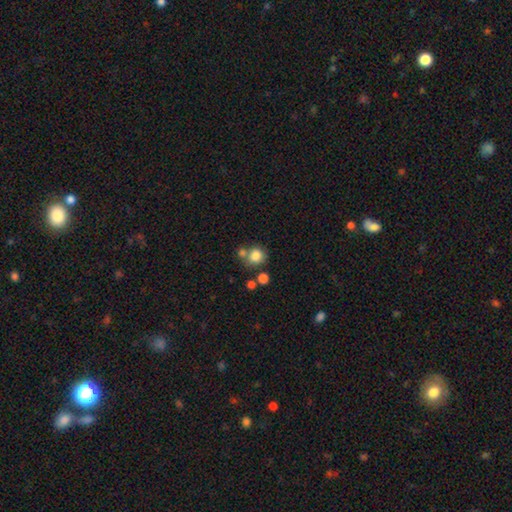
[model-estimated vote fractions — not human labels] A smooth galaxy with no disk features (82%) that is round (84%).

Vote fractions:
- Smooth or featured? smooth: 82% / star or artifact: 11% / featured or disk: 8%
- How rounded? round: 84% / in between: 15% / cigar-shaped: 1%
- Merging? none: 57% / merger: 27% / minor disturbance: 11% / major disturbance: 5%